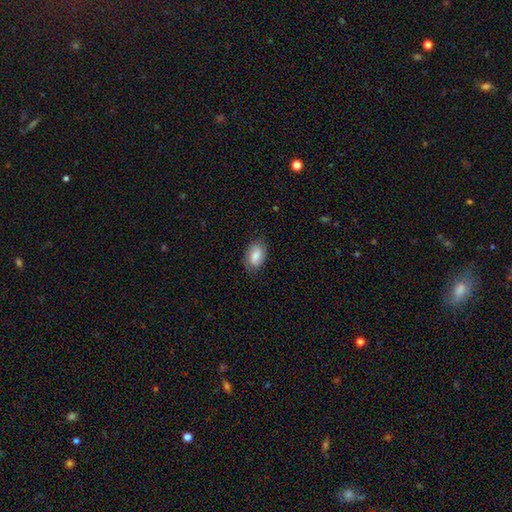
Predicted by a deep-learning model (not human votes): A smooth galaxy with no disk features (69%) that is in between round and cigar-shaped (90%).

Vote fractions:
- Smooth or featured? smooth: 69% / featured or disk: 24% / star or artifact: 7%
- How rounded? in between: 90% / round: 8% / cigar-shaped: 2%
- Merging? none: 80% / minor disturbance: 15% / major disturbance: 4% / merger: 1%